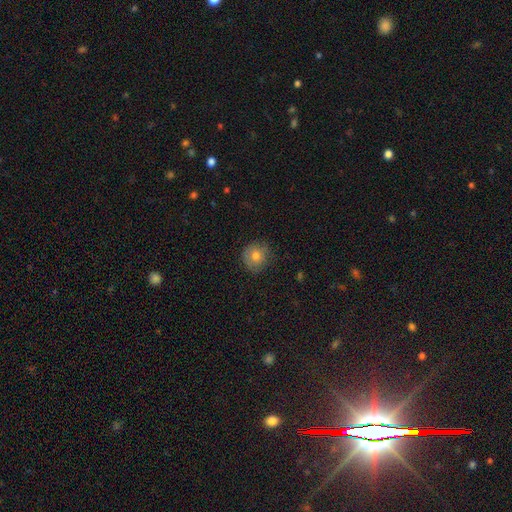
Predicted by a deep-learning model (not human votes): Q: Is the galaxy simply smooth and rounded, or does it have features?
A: smooth — 76%.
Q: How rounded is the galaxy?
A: round — 90%.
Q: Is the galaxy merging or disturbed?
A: none — 79%.